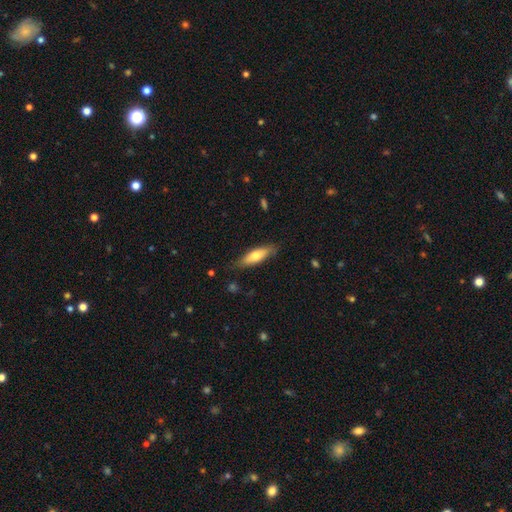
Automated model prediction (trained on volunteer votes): A smooth galaxy with no disk features (63%) that is cigar-shaped (51%). Merging: none (80%).